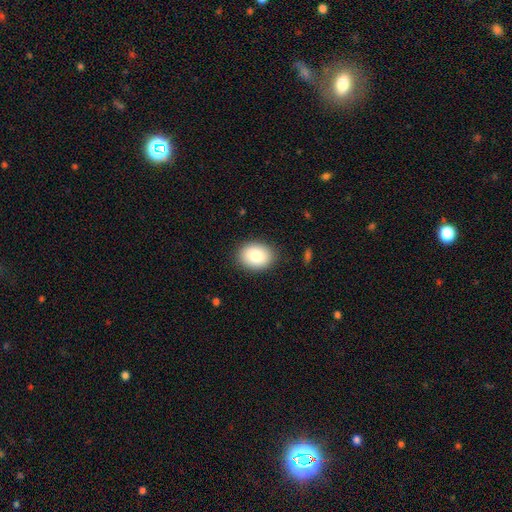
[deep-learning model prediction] A smooth galaxy with no disk features (83%) that is in between round and cigar-shaped (65%).

Vote fractions:
- Smooth or featured? smooth: 83% / featured or disk: 10% / star or artifact: 7%
- How rounded? in between: 65% / round: 34% / cigar-shaped: 1%
- Merging? none: 87% / minor disturbance: 9% / major disturbance: 2% / merger: 1%